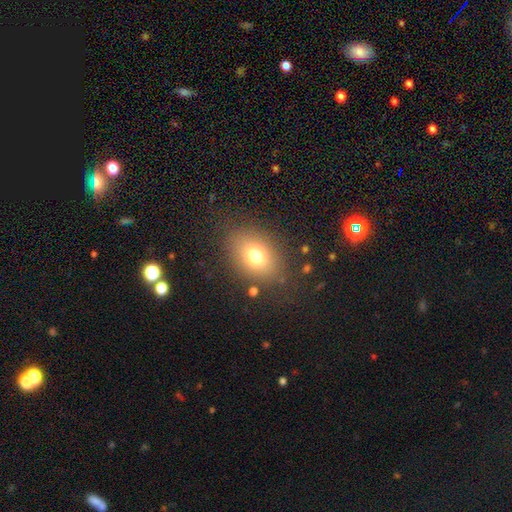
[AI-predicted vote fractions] Overall: smooth (73%). How rounded: in between (66%; round 33%). Merging: none (81%).